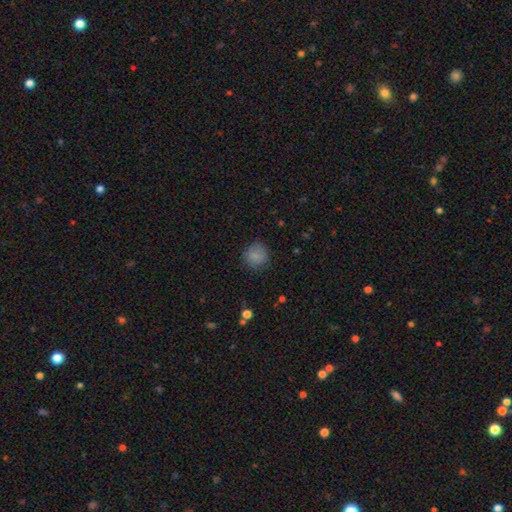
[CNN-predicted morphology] Overall: smooth (84%). How rounded: round (90%). Merging: none (84%).